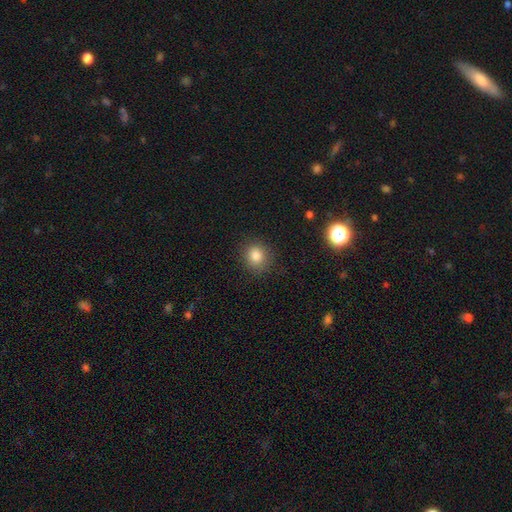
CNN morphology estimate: smooth 82%, star or artifact 12%, featured or disk 6%. Down the decision tree: how rounded — round (81%); merging — none (87%).